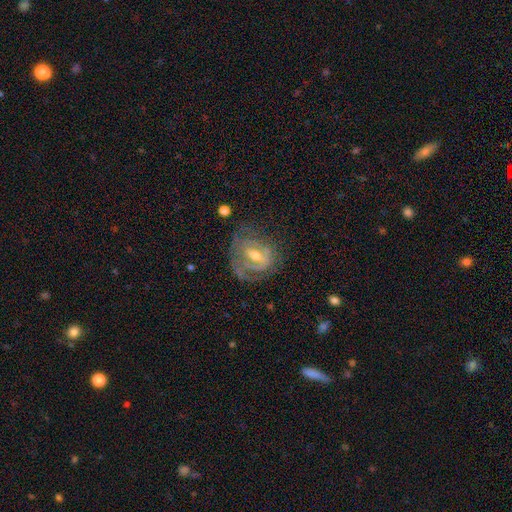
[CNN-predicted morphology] featured or disk 74%, smooth 17%, star or artifact 9%. Down the decision tree: edge-on disk — no (95%); bar — weak (47%); spiral arms — yes (71%); spiral arm count — can't tell (41%); spiral winding — tight (59%); bulge size — moderate (64%); merging — none (58%).